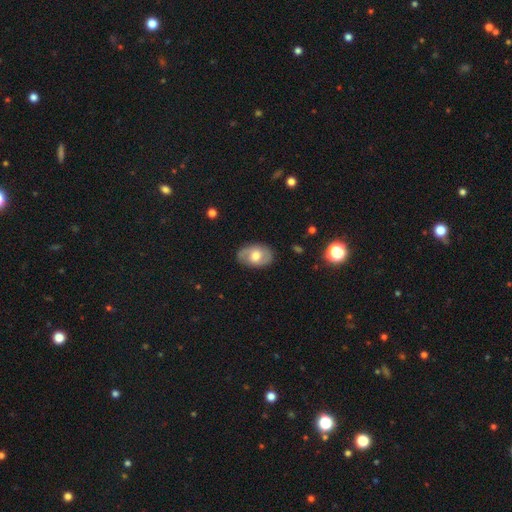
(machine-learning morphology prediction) Smooth or featured?
  - featured or disk: 48% *
  - smooth: 45%
  - star or artifact: 7%
Merging?
  - none: 79% *
  - minor disturbance: 16%
  - major disturbance: 4%
  - merger: 1%